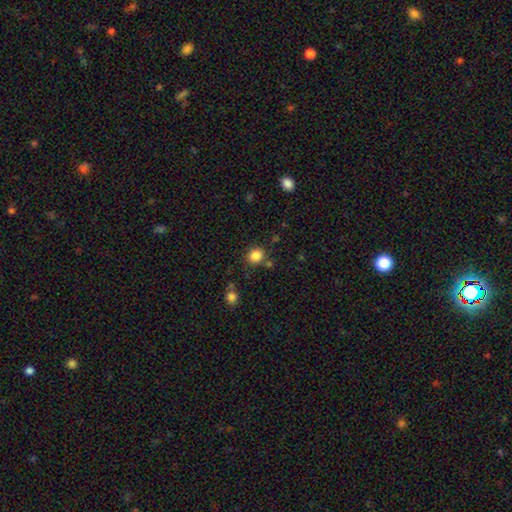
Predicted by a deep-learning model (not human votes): Smooth or featured? Predicted: smooth (p=0.85). How rounded? Predicted: round (p=0.81). Merging? Predicted: none (p=0.81).